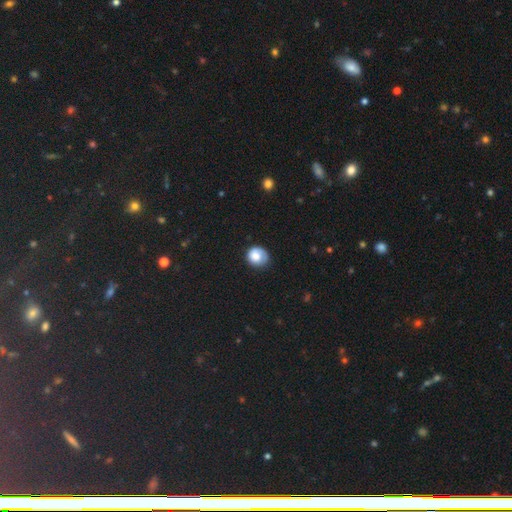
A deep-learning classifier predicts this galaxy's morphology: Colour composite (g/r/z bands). It shows a smooth galaxy with no disk features (76%) that is round (82%). Merging: none (69%).